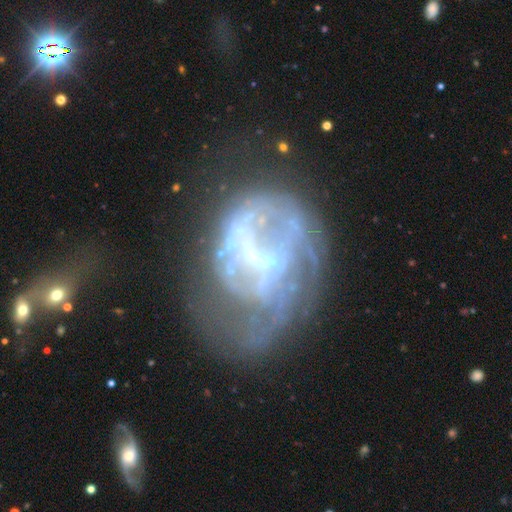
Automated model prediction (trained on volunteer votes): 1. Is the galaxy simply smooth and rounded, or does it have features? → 74% featured or disk, 14% smooth, 11% star or artifact.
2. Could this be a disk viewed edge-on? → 97% no, 3% yes.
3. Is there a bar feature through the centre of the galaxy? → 40% weak, 37% no, 23% strong.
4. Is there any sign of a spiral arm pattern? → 52% yes, 48% no.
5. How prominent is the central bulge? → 38% none, 34% small, 23% moderate, 4% large, 1% dominant.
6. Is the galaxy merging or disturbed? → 39% major disturbance, 35% none, 20% minor disturbance, 7% merger.